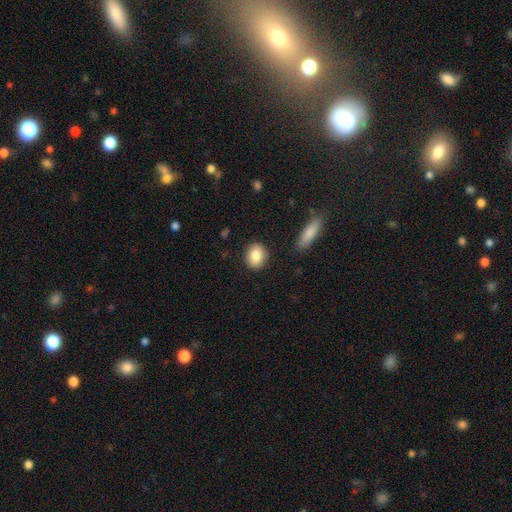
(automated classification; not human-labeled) A smooth galaxy with no disk features (84%) that is in between round and cigar-shaped (51%). Merging: none (88%).